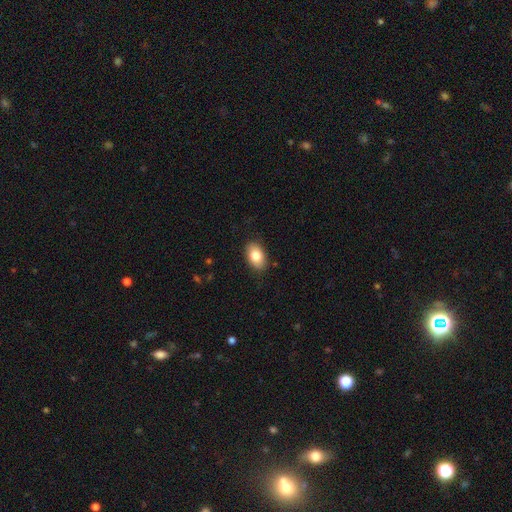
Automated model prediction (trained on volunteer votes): Smooth or featured? Predicted: smooth (p=0.81). How rounded? Predicted: in between (p=0.90). Merging? Predicted: none (p=0.87).